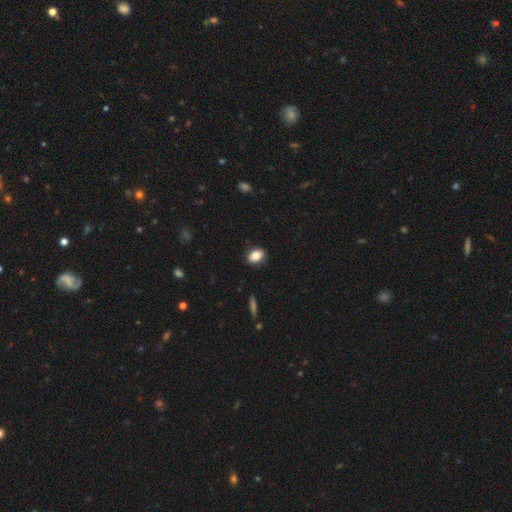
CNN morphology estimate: The model was most divided on "how rounded": in between: 67%, round: 32%, cigar-shaped: 1%. More confident: merging — none (88%); smooth or featured — smooth (84%).